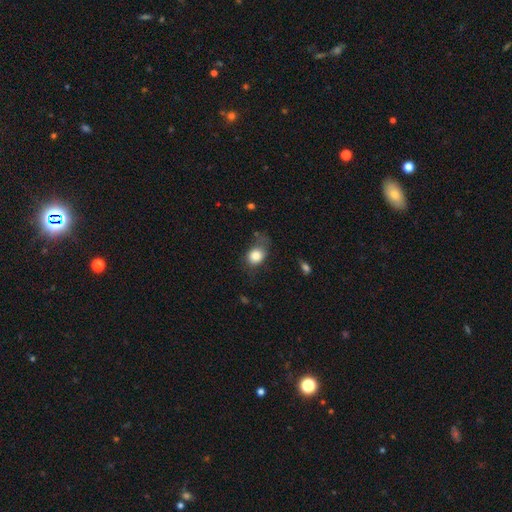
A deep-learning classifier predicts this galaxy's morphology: A smooth galaxy with no disk features (80%) that is in between round and cigar-shaped (50%). Merging: none (54%).